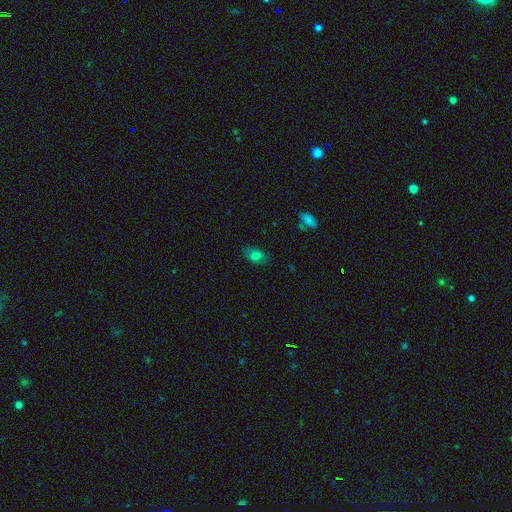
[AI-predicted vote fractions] The model was most divided on "merging": none: 78%, minor disturbance: 16%, major disturbance: 4%, merger: 2%. More confident: how rounded — in between (87%); smooth or featured — smooth (76%).